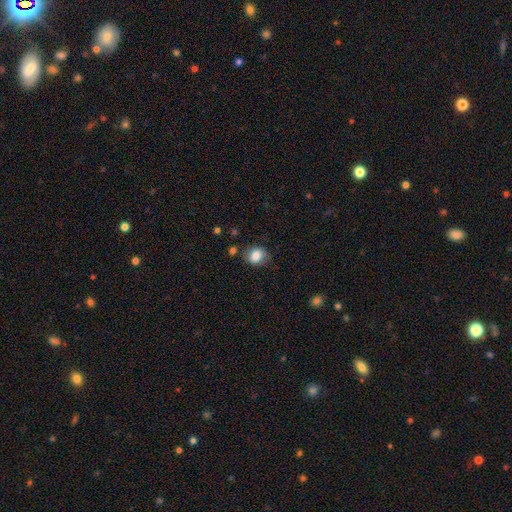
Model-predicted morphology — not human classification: Smooth or featured?
  - smooth: 82% *
  - star or artifact: 9%
  - featured or disk: 9%
How rounded?
  - round: 65% *
  - in between: 34%
  - cigar-shaped: 1%
Merging?
  - none: 75% *
  - minor disturbance: 17%
  - major disturbance: 4%
  - merger: 3%